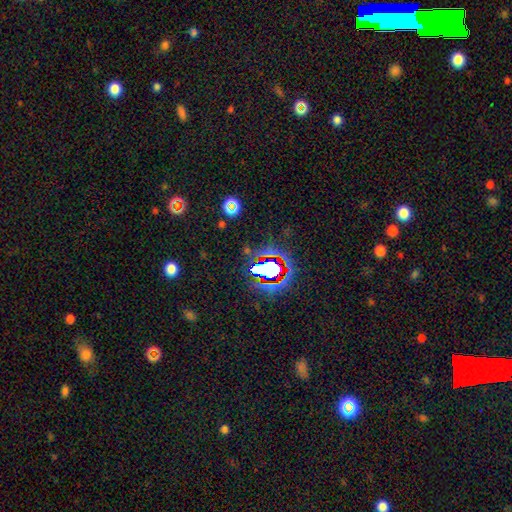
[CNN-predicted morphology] smooth-or-featured: star or artifact: 79% | smooth: 12% | featured or disk: 9%